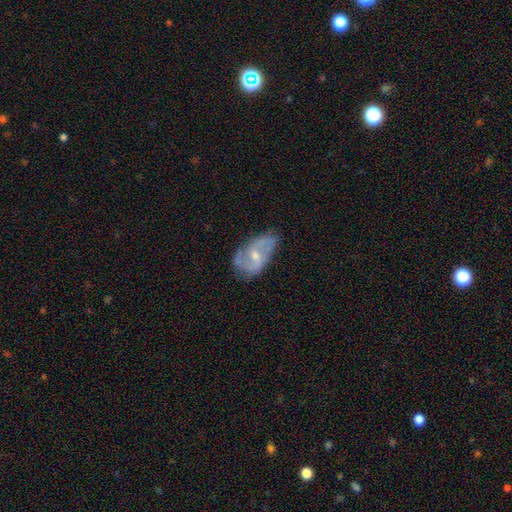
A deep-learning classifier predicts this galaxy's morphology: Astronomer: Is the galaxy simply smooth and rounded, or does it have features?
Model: featured or disk — 74%.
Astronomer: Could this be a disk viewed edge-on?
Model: no — 96%.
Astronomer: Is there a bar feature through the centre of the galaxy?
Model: weak — 52% (runner-up: no, 33%).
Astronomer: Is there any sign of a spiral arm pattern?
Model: yes — 85%.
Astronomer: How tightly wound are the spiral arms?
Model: medium — 43% (runner-up: loose, 42%).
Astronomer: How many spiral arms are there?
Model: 2 — 76%.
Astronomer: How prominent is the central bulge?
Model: small — 47%, tied with moderate at 47%.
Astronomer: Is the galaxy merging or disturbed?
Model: none — 53% (runner-up: minor disturbance, 31%).